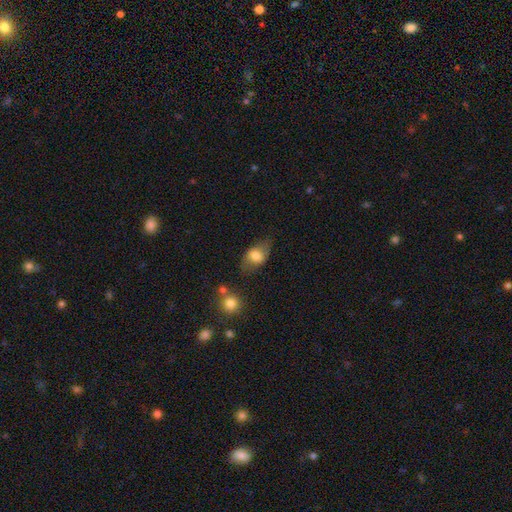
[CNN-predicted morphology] Smooth or featured? smooth (66%)
How rounded? in between (78%)
Merging? none (65%)